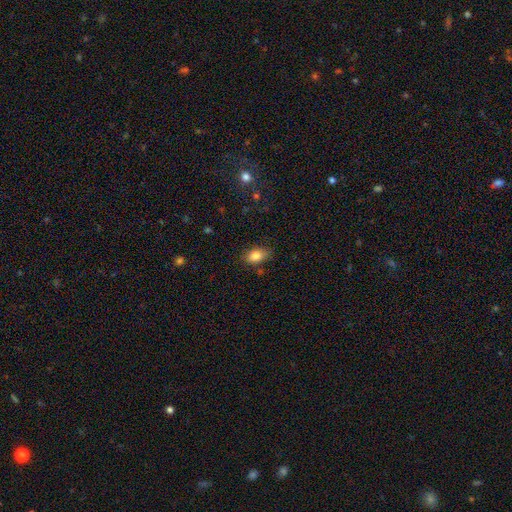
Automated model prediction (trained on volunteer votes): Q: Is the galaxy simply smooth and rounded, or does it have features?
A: smooth — 84%.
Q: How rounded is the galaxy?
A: in between — 86%.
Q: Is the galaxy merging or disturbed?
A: none — 78%.